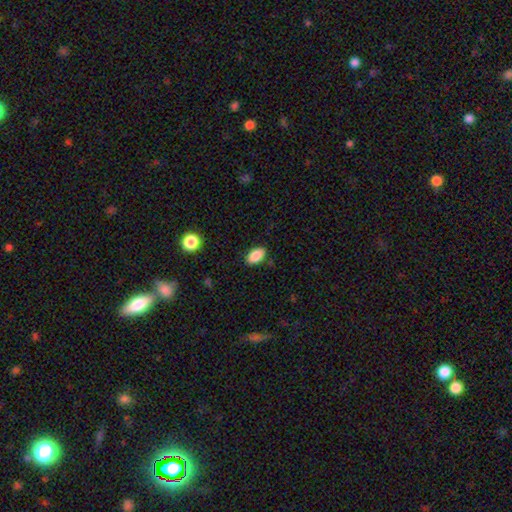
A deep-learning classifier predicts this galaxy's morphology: Smooth or featured? smooth (87%)
How rounded? in between (92%)
Merging? none (87%)